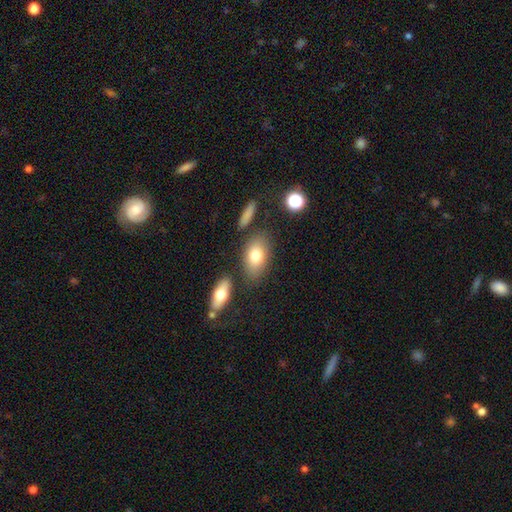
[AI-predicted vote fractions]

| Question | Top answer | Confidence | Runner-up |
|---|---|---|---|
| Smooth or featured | smooth | 77% | featured or disk (15%) |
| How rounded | in between | 86% | round (11%) |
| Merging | none | 74% | minor disturbance (13%) |